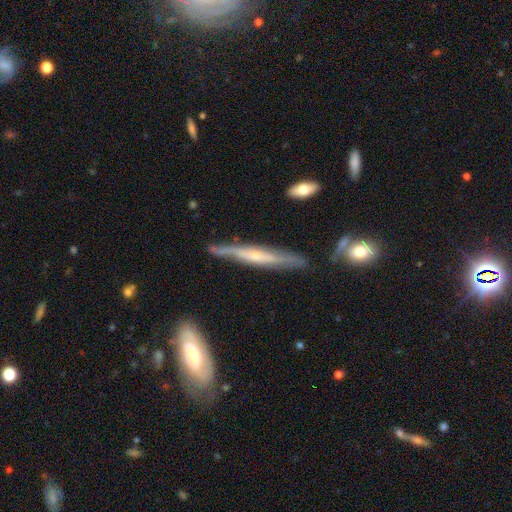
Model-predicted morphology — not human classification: Smooth or featured: featured or disk — 69% (smooth — 24%)
Edge-on disk: yes — 88% (no — 12%)
Edge-on bulge: rounded — 58% (none — 33%)
Merging: none — 75% (minor disturbance — 18%)